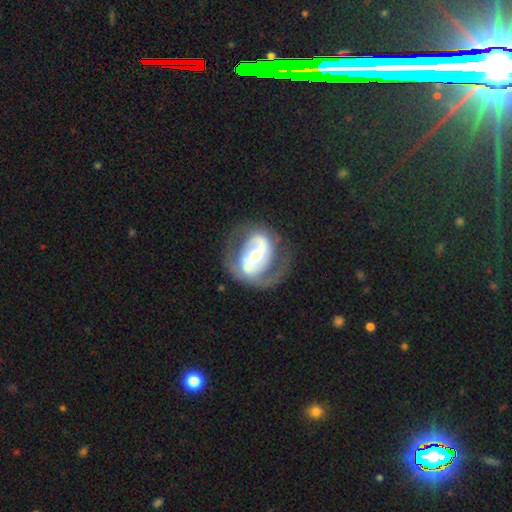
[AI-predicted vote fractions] A featured or disk galaxy (79%) with a strong bar (37%), 2 (74%) medium (43%) spiral arms (76%) and a moderate central bulge (60%).

Vote fractions:
- Smooth or featured? featured or disk: 79% / smooth: 15% / star or artifact: 5%
- Edge-on disk? no: 96% / yes: 4%
- Bar? strong: 37% / weak: 33% / no: 31%
- Spiral arms? yes: 76% / no: 24%
- Spiral winding? medium: 43% / tight: 31% / loose: 26%
- Spiral arm count? 2: 74% / can't tell: 12% / 1: 10% / 3: 2% / 4: 1% / more than 4: 1%
- Bulge size? moderate: 60% / small: 32% / large: 6% / dominant: 1% / none: 1%
- Merging? none: 55% / major disturbance: 20% / minor disturbance: 20% / merger: 4%